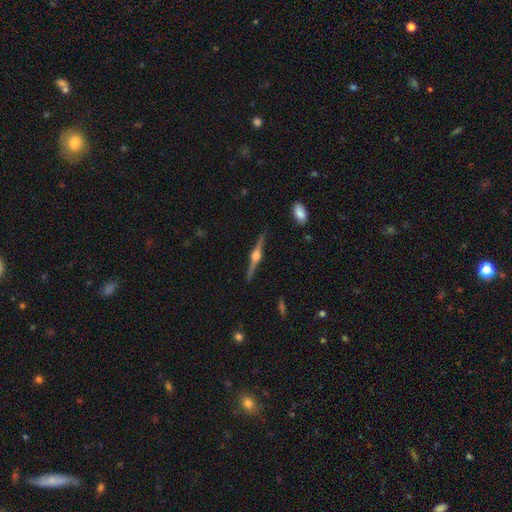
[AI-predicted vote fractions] The model was most divided on "smooth or featured": featured or disk: 87%, smooth: 8%, star or artifact: 5%. More confident: edge-on disk — yes (98%); edge-on bulge — rounded (95%); merging — none (91%).